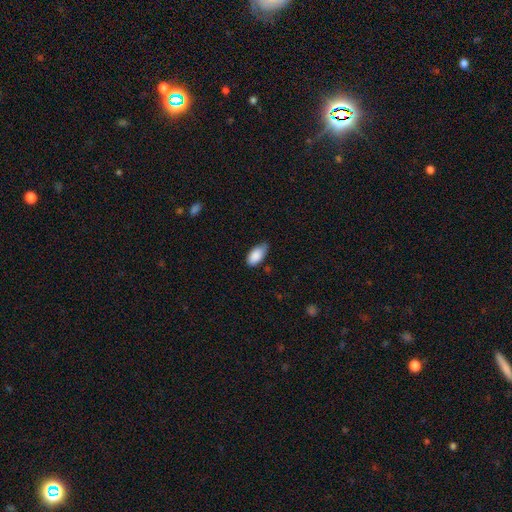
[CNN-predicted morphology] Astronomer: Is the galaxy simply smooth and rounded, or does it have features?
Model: smooth — 89%.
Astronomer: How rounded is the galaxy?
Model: in between — 94%.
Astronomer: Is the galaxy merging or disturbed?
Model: none — 64%.